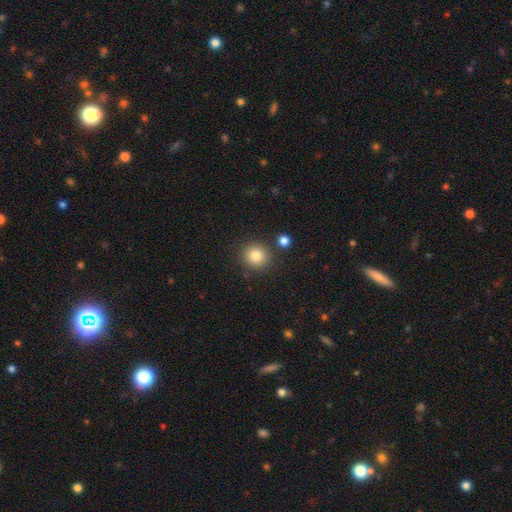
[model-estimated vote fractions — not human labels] smooth_or_featured: smooth (p=0.83) [alt: star or artifact p=0.11]
how_rounded: round (p=0.90) [alt: in between p=0.09]
merging: none (p=0.86) [alt: minor disturbance p=0.07]